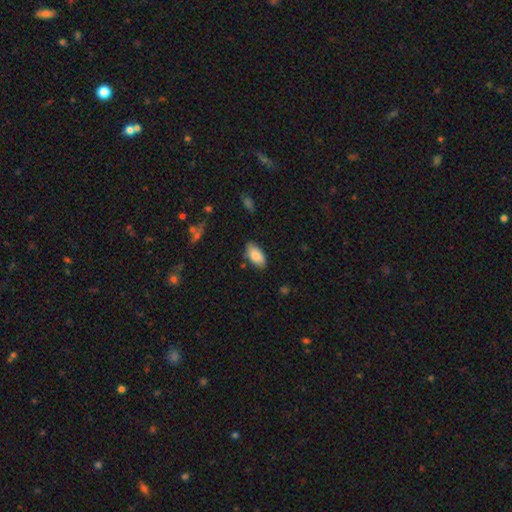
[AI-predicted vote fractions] A smooth galaxy with no disk features (87%) that is in between round and cigar-shaped (93%).

Vote fractions:
- Smooth or featured? smooth: 87% / featured or disk: 7% / star or artifact: 6%
- How rounded? in between: 93% / cigar-shaped: 5% / round: 2%
- Merging? none: 79% / minor disturbance: 16% / major disturbance: 3% / merger: 2%